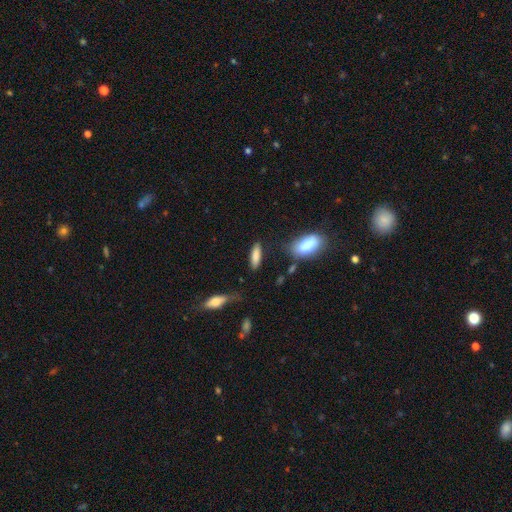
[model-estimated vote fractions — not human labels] This appears to be a smooth galaxy with no disk features (82%) that is cigar-shaped (50%). Merging: none (77%).